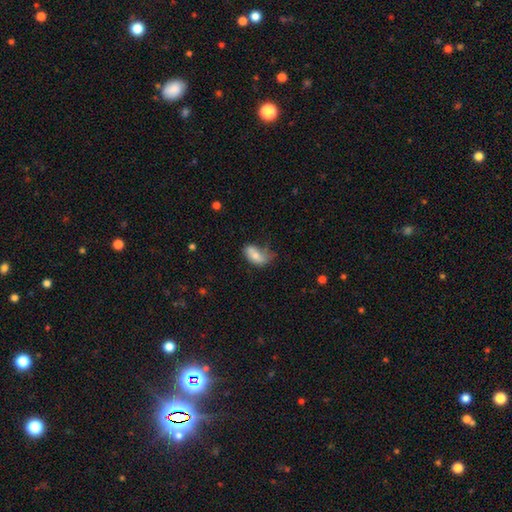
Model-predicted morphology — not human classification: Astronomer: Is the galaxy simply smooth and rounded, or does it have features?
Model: smooth — 68%.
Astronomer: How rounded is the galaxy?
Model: in between — 90%.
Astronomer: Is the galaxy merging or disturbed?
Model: none — 34% (runner-up: minor disturbance, 33%).